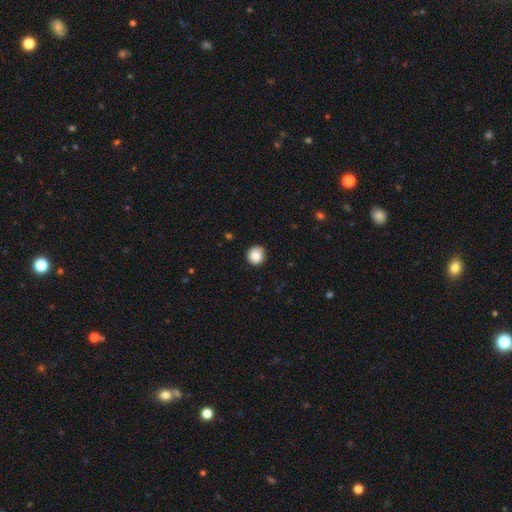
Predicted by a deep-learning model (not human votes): Q: Smooth or featured?
A: smooth (85%); runner-up: star or artifact (9%)
Q: How rounded?
A: round (89%); runner-up: in between (10%)
Q: Merging?
A: none (81%); runner-up: minor disturbance (15%)